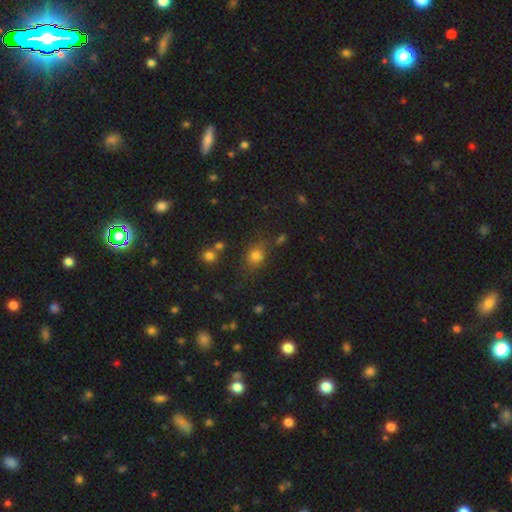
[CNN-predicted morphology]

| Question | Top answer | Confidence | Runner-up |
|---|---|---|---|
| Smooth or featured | smooth | 77% | star or artifact (15%) |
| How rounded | round | 58% | in between (41%) |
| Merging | none | 71% | minor disturbance (16%) |